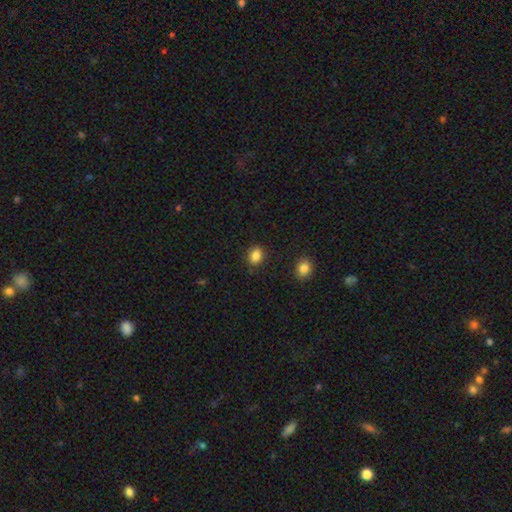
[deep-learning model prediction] A smooth galaxy with no disk features (86%) that is in between round and cigar-shaped (59%).

Vote fractions:
- Smooth or featured? smooth: 86% / star or artifact: 10% / featured or disk: 4%
- How rounded? in between: 59% / round: 40% / cigar-shaped: 1%
- Merging? none: 86% / minor disturbance: 10% / major disturbance: 2% / merger: 2%